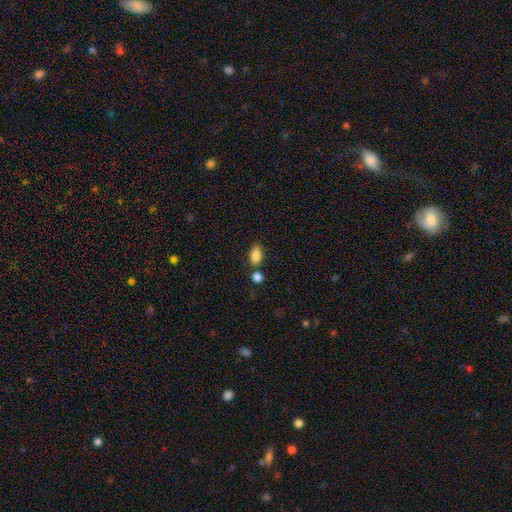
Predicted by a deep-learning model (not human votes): The model was most divided on "merging": none: 62%, merger: 17%, minor disturbance: 17%, major disturbance: 4%. More confident: how rounded — in between (88%); smooth or featured — smooth (85%).